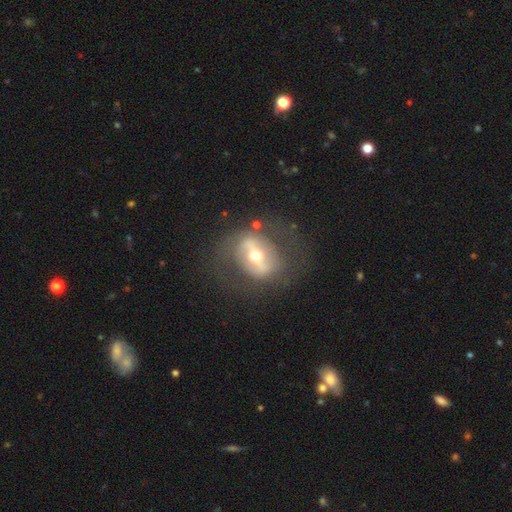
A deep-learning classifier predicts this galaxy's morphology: featured or disk 68%, smooth 24%, star or artifact 8%. Down the decision tree: edge-on disk — no (90%); bar — strong (59%); spiral arms — no (65%); bulge size — moderate (61%); merging — none (69%).